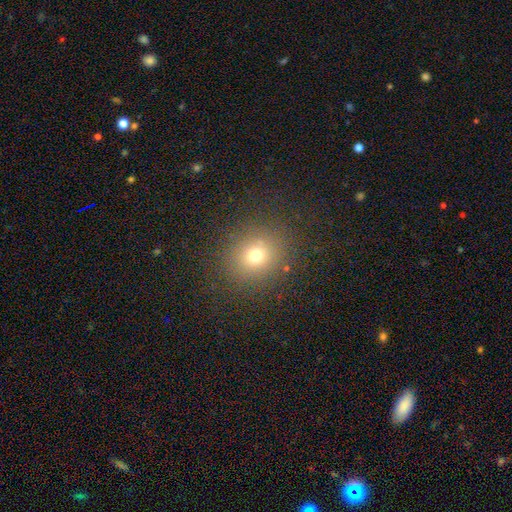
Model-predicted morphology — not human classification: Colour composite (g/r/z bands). It shows a smooth galaxy with no disk features (70%) that is round (75%). Merging: none (85%).